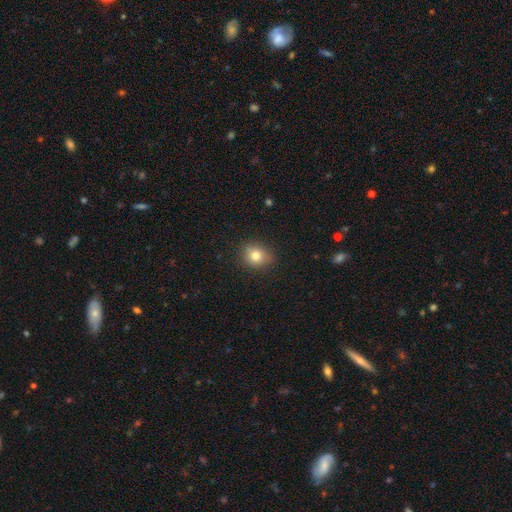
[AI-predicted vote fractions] Smooth or featured? Predicted: smooth (p=0.79). How rounded? Predicted: round (p=0.67). Merging? Predicted: none (p=0.86).